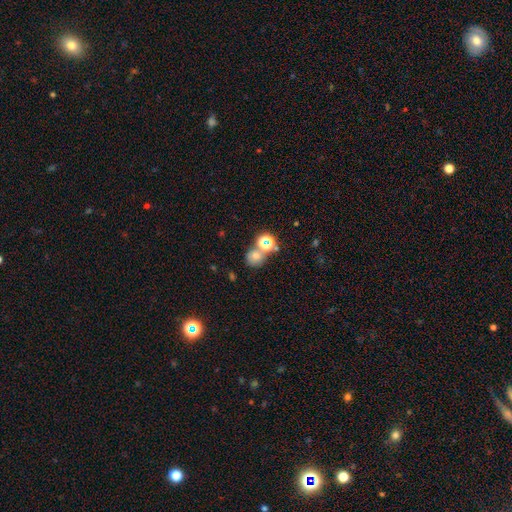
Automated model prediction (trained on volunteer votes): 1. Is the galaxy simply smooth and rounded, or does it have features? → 65% smooth, 25% star or artifact, 10% featured or disk.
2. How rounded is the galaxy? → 79% round, 20% in between, 1% cigar-shaped.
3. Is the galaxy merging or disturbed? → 55% none, 31% merger, 9% minor disturbance, 5% major disturbance.